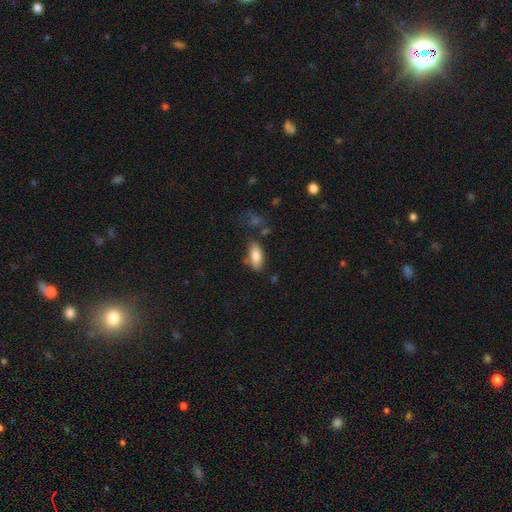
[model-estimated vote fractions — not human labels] This is clearly a smooth galaxy (83%). How rounded: clearly in between (87%). Merging: likely none (72%).